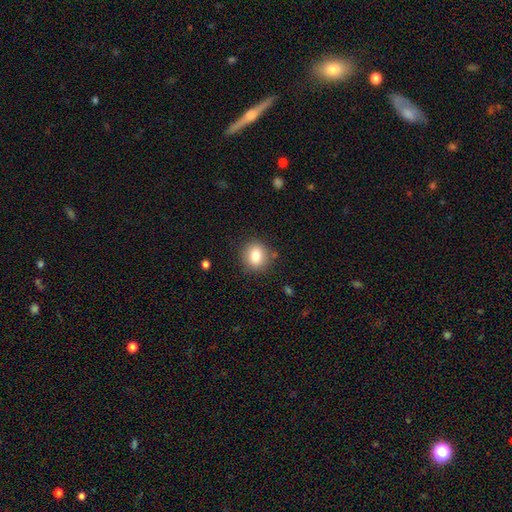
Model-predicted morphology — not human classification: This is clearly a smooth galaxy (81%). How rounded: likely round (77%). Merging: clearly none (86%).